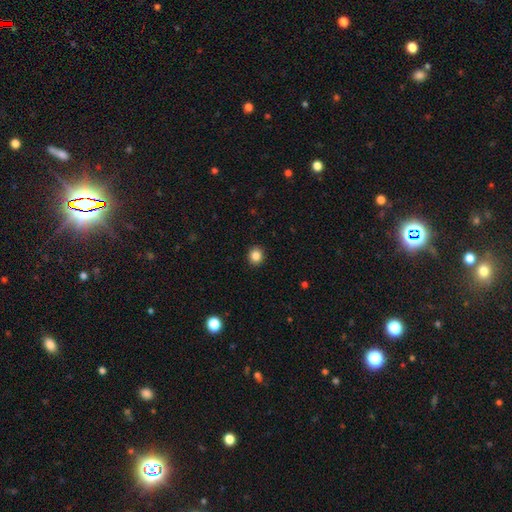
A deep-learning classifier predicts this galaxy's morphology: Overall: smooth (85%). How rounded: round (85%). Merging: none (92%).